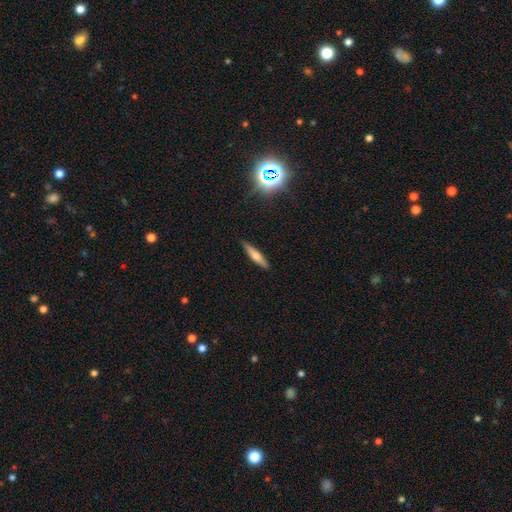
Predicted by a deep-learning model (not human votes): Overall: smooth (52%; featured or disk 39%). How rounded: cigar-shaped (84%). Merging: none (88%).